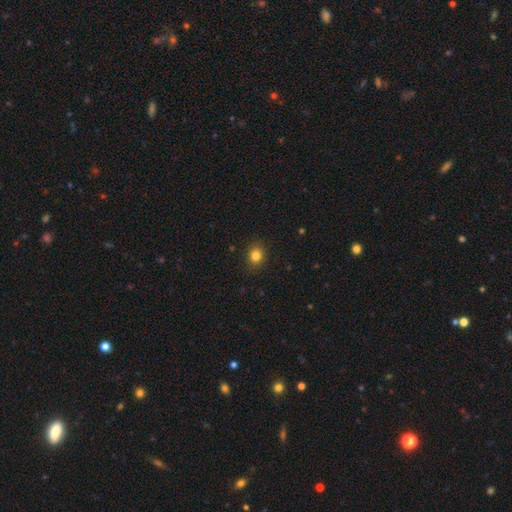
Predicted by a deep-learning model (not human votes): This is clearly a smooth galaxy (82%). How rounded: likely round (61%). Merging: clearly none (88%).